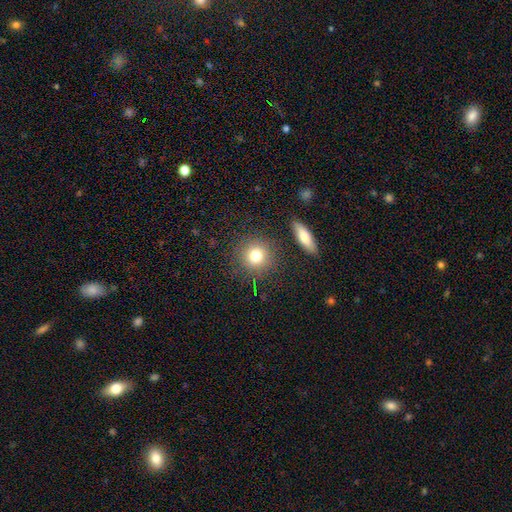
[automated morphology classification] The model was most divided on "smooth or featured": smooth: 79%, star or artifact: 11%, featured or disk: 10%. More confident: how rounded — round (90%); merging — none (84%).